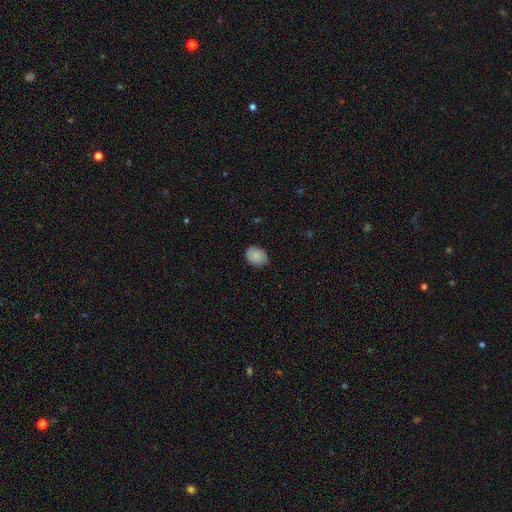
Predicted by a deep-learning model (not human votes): A smooth galaxy with no disk features (83%) that is in between round and cigar-shaped (56%). Merging: none (75%).